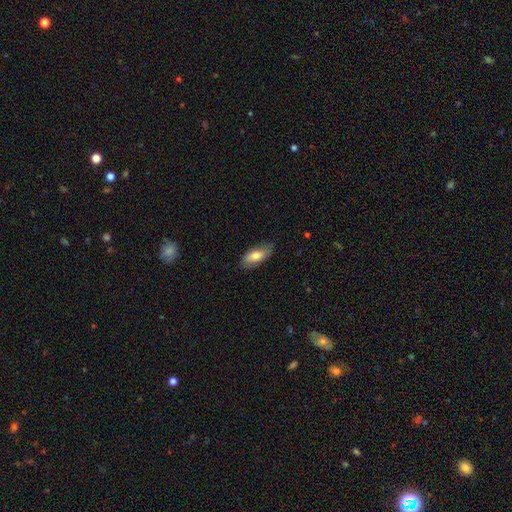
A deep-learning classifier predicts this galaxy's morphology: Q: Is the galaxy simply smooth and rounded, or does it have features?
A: smooth — 72%.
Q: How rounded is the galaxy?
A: in between — 86%.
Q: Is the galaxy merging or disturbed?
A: none — 79%.